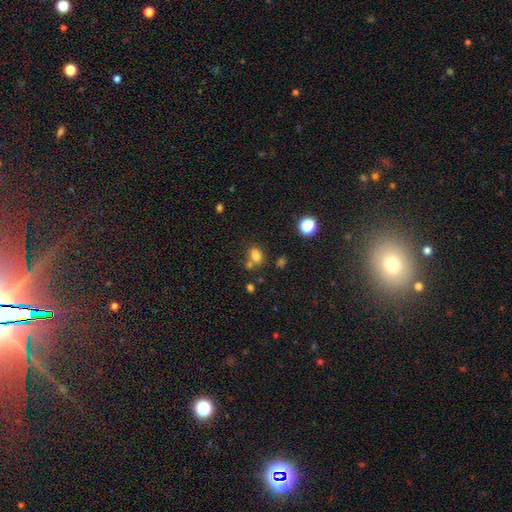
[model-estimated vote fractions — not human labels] smooth 76%, star or artifact 16%, featured or disk 8%. Down the decision tree: how rounded — in between (70%); merging — none (53%).